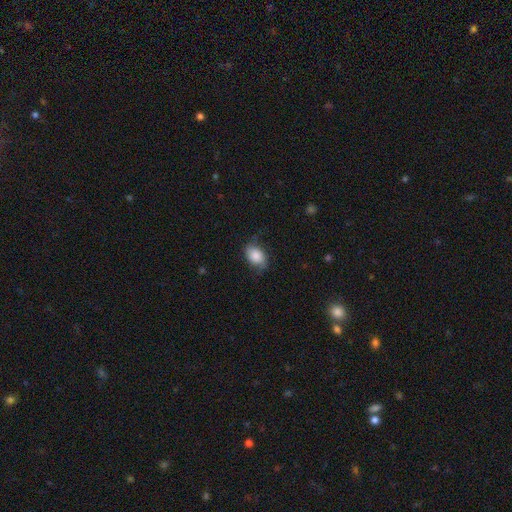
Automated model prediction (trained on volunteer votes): A smooth galaxy with no disk features (80%) that is in between round and cigar-shaped (83%).

Vote fractions:
- Smooth or featured? smooth: 80% / featured or disk: 13% / star or artifact: 7%
- How rounded? in between: 83% / round: 16% / cigar-shaped: 1%
- Merging? none: 66% / minor disturbance: 25% / major disturbance: 8% / merger: 1%